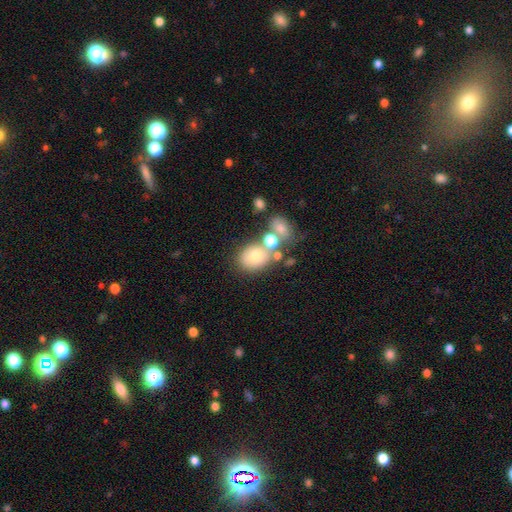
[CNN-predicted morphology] smooth 67%, featured or disk 20%, star or artifact 13%. Down the decision tree: how rounded — in between (55%); merging — none (48%).